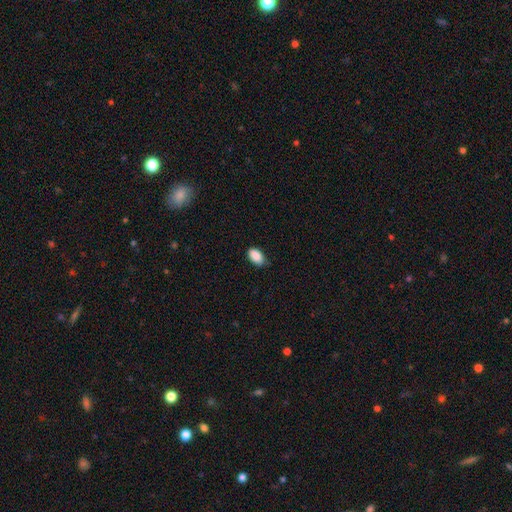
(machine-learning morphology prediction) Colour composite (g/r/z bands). It shows a smooth galaxy with no disk features (89%) that is in between round and cigar-shaped (92%). Merging: none (74%).